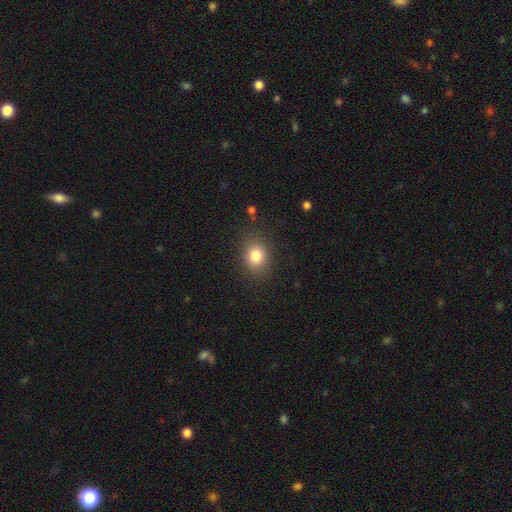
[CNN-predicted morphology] Smooth or featured? smooth (82%)
How rounded? round (53%)
Merging? none (85%)